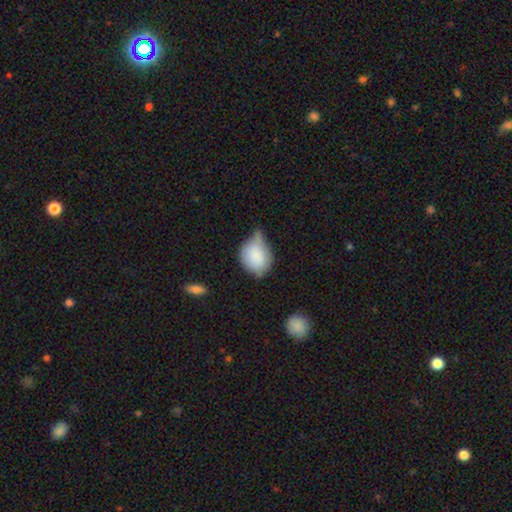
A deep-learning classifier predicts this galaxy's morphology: The model was most divided on "how rounded": round: 50%, in between: 49%, cigar-shaped: 1%. Remaining: smooth or featured — smooth (82%); merging — minor disturbance (44%).